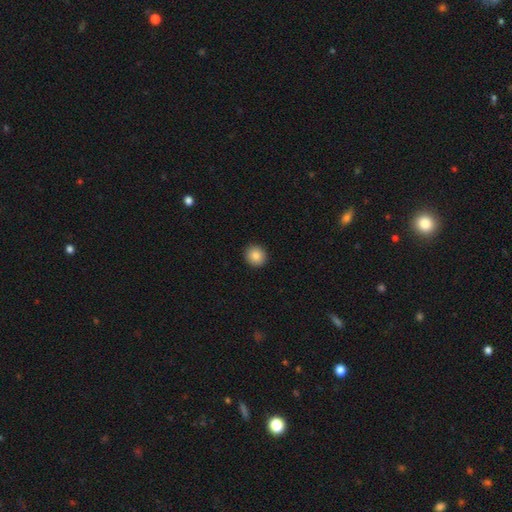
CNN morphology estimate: This is clearly a smooth galaxy (86%). How rounded: clearly round (90%). Merging: clearly none (93%).